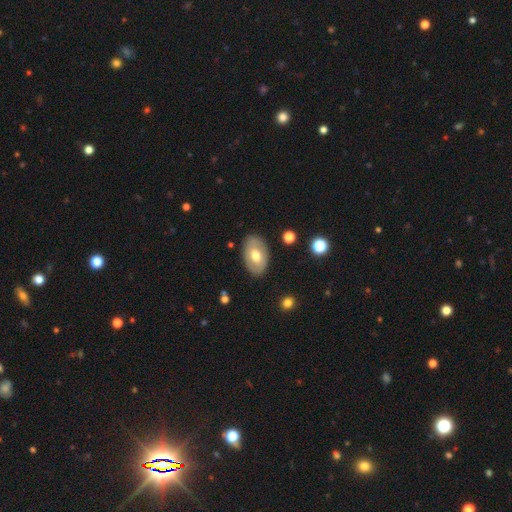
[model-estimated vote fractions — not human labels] Smooth or featured?
  - smooth: 58% *
  - featured or disk: 35%
  - star or artifact: 6%
How rounded?
  - in between: 90% *
  - round: 9%
  - cigar-shaped: 1%
Merging?
  - none: 84% *
  - minor disturbance: 12%
  - major disturbance: 3%
  - merger: 1%